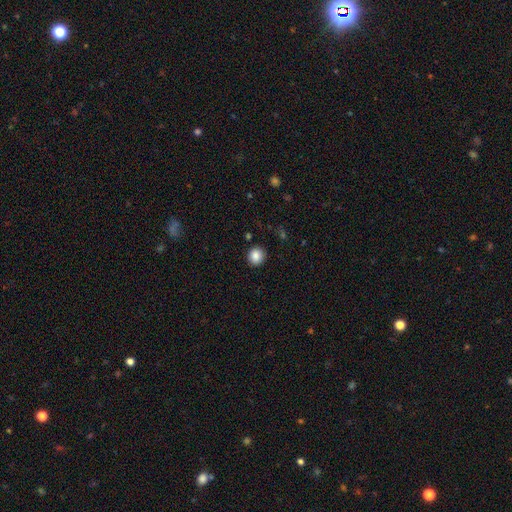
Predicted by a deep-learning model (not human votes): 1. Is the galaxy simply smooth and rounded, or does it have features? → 87% smooth, 9% star or artifact, 4% featured or disk.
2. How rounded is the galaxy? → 90% round, 9% in between, 1% cigar-shaped.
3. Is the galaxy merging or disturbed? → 91% none, 6% minor disturbance, 2% major disturbance, 1% merger.